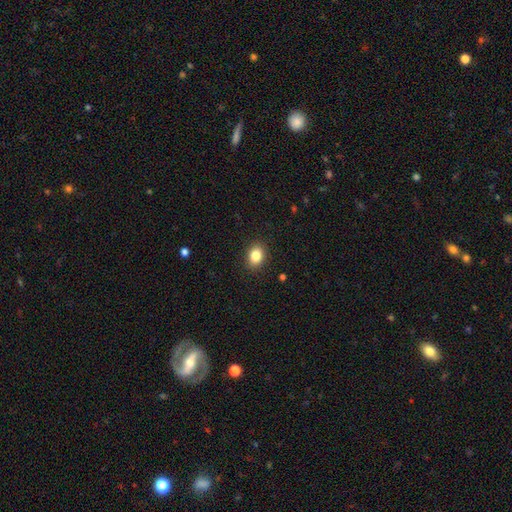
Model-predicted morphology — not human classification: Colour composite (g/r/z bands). It shows a smooth galaxy with no disk features (85%) that is in between round and cigar-shaped (66%). Merging: none (89%).